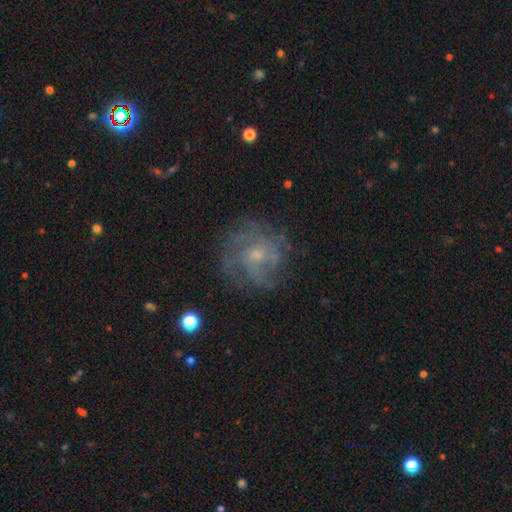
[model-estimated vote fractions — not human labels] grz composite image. It shows a featured or disk galaxy (69%) with no bar (74%), tight (50%) spiral arms (84%) and a small central bulge (53%). Merging: none (75%).